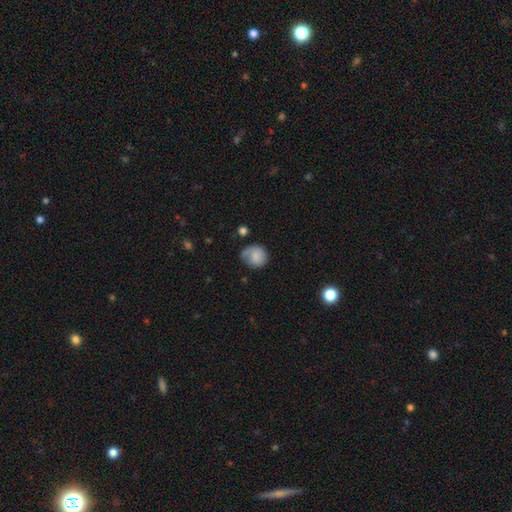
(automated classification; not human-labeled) This is likely a smooth galaxy (73%). How rounded: likely round (77%). Merging: possibly none (54%).